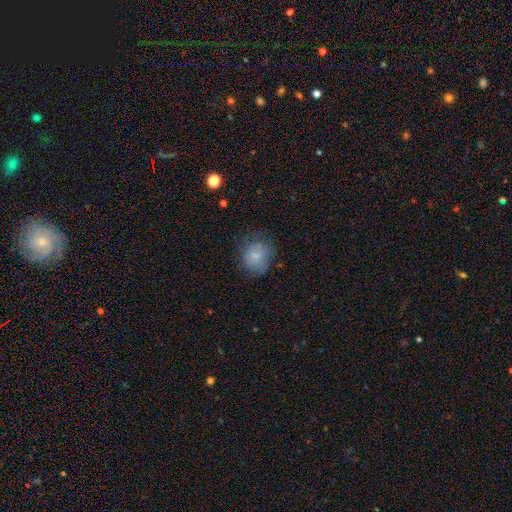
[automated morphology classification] This appears to be a smooth galaxy with no disk features (77%) that is round (74%). Merging: none (64%).